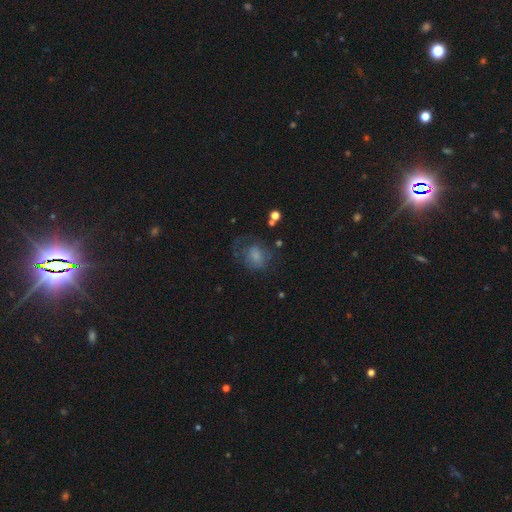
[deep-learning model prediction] Smooth or featured: smooth — 61% (featured or disk — 27%)
How rounded: round — 58% (in between — 41%)
Merging: none — 45% (major disturbance — 29%)